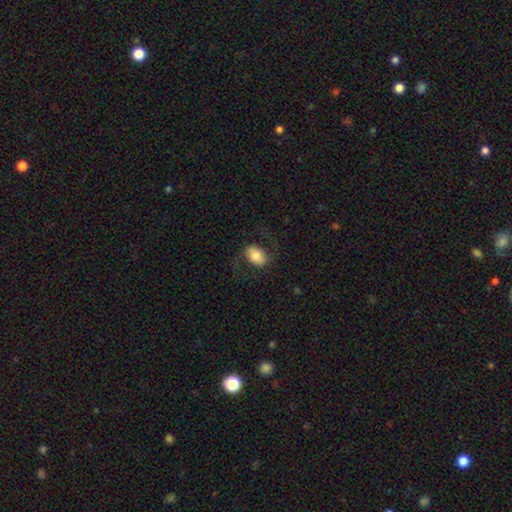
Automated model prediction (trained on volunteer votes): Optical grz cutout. It shows a smooth galaxy with no disk features (48%). Merging: none (68%).